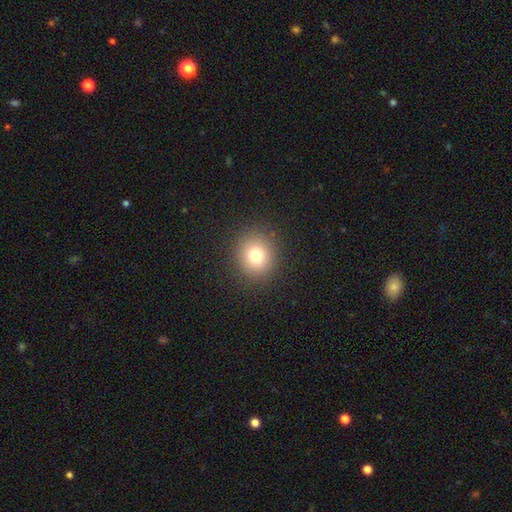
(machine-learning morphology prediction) A smooth galaxy with no disk features (77%) that is round (87%). Merging: none (90%).